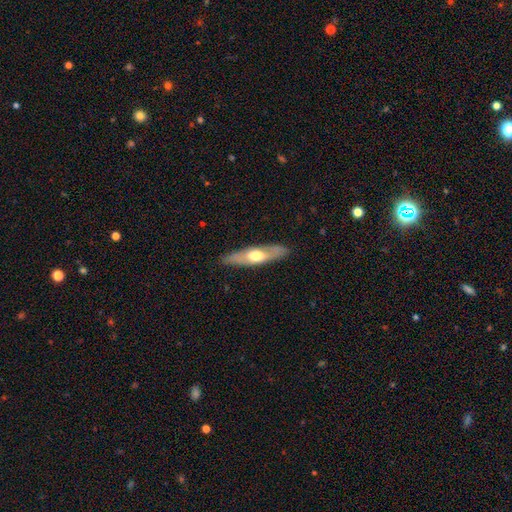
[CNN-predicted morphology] A featured or disk galaxy (51%) viewed edge-on (65%).

Vote fractions:
- Smooth or featured? featured or disk: 51% / smooth: 44% / star or artifact: 5%
- Edge-on disk? yes: 65% / no: 35%
- Merging? none: 86% / minor disturbance: 10% / major disturbance: 2% / merger: 1%